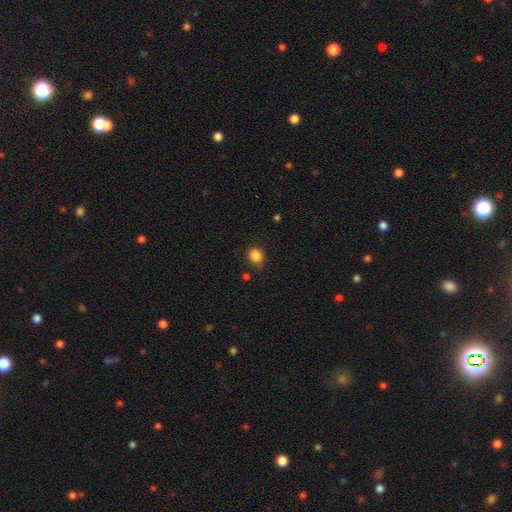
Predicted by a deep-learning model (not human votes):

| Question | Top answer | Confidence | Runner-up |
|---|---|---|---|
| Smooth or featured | smooth | 86% | star or artifact (11%) |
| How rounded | round | 83% | in between (16%) |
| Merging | none | 83% | minor disturbance (12%) |